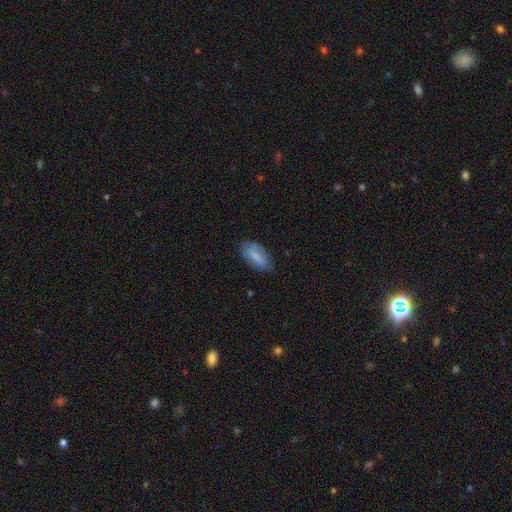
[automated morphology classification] type=smooth (75%); roundness=in between (87%); merging=none (68%).